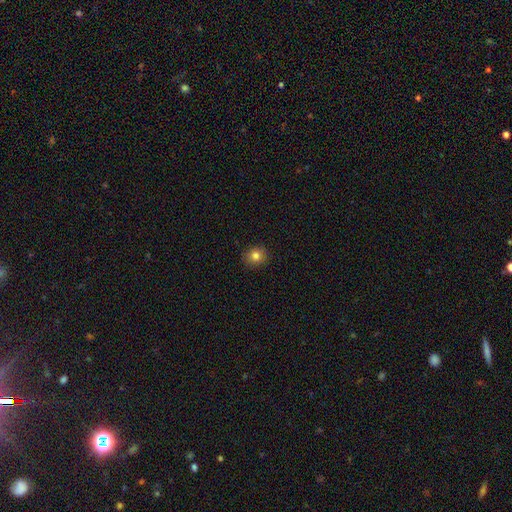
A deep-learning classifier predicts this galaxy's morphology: smooth 81%, star or artifact 12%, featured or disk 7%. Down the decision tree: how rounded — round (80%); merging — none (90%).